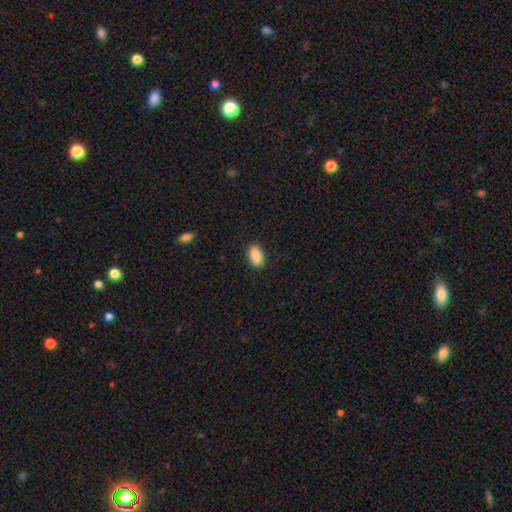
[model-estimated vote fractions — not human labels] This is clearly a smooth galaxy (88%). How rounded: clearly in between (93%). Merging: clearly none (89%).